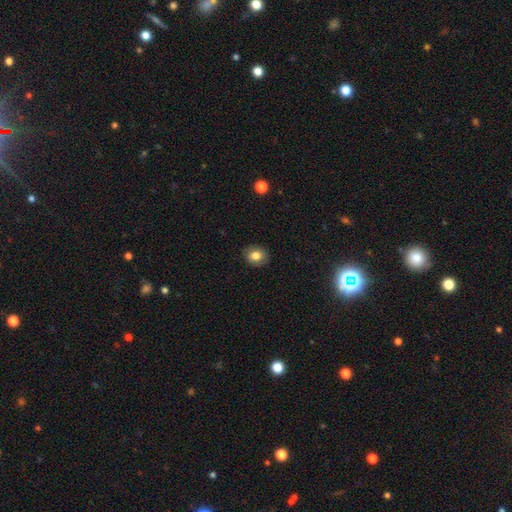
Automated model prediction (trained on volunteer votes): This appears to be a smooth galaxy with no disk features (79%) that is round (56%). Merging: none (87%).